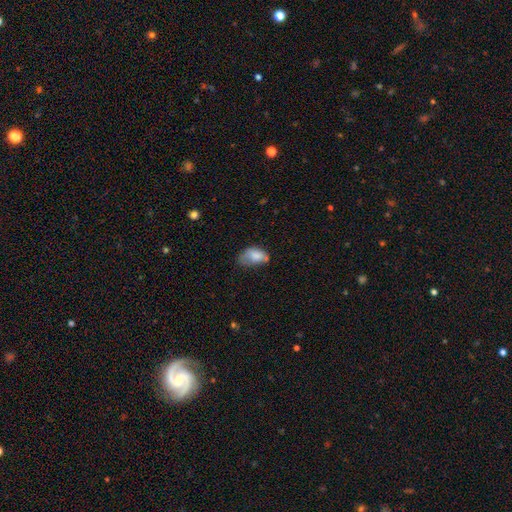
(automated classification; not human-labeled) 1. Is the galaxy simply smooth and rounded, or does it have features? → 76% smooth, 15% featured or disk, 9% star or artifact.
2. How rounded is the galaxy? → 88% in between, 10% round, 2% cigar-shaped.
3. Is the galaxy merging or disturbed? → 39% minor disturbance, 34% none, 22% major disturbance, 5% merger.